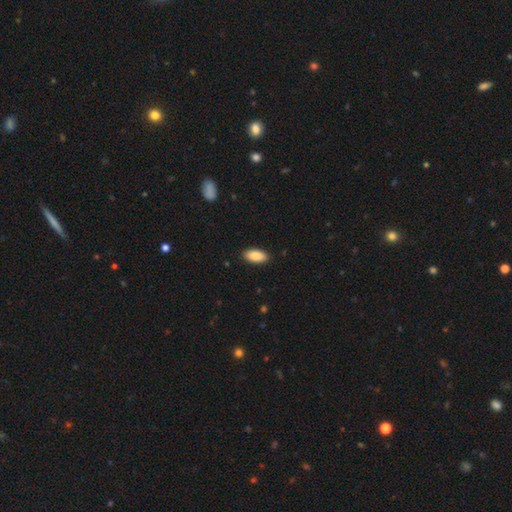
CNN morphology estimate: smooth 89%, star or artifact 6%, featured or disk 5%. Down the decision tree: how rounded — in between (91%); merging — none (89%).